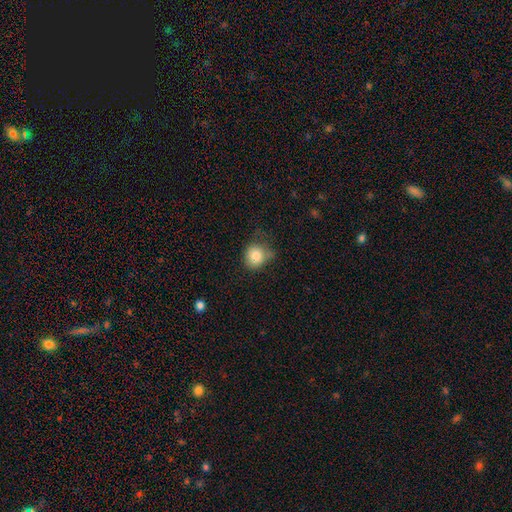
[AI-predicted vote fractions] Smooth or featured? Predicted: smooth (p=0.83). How rounded? Predicted: round (p=0.77). Merging? Predicted: none (p=0.51).